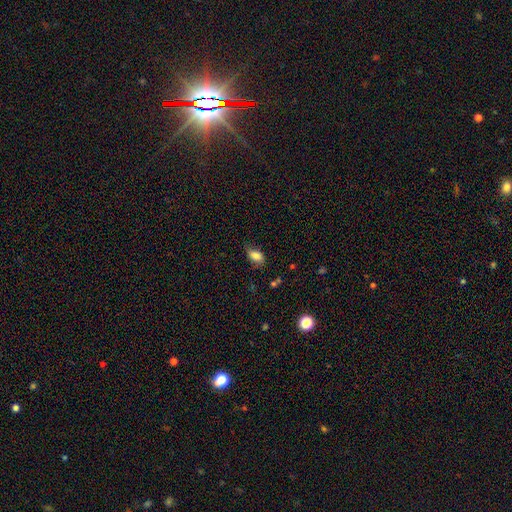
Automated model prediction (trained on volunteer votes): The model was most divided on "merging": none: 61%, minor disturbance: 28%, major disturbance: 8%, merger: 2%. More confident: how rounded — in between (88%); smooth or featured — smooth (80%).